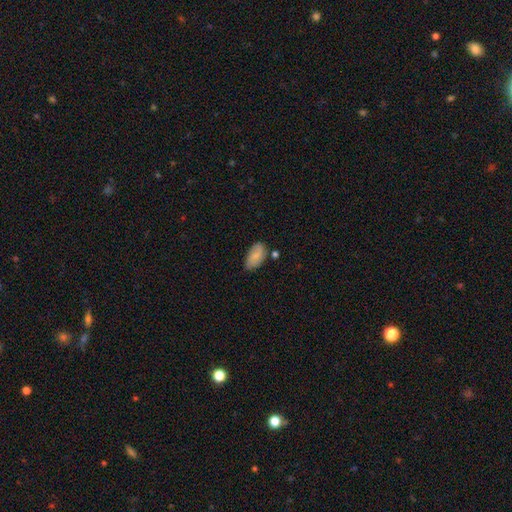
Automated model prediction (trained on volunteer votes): This is likely a smooth galaxy (73%). How rounded: clearly in between (93%). Merging: likely none (69%).